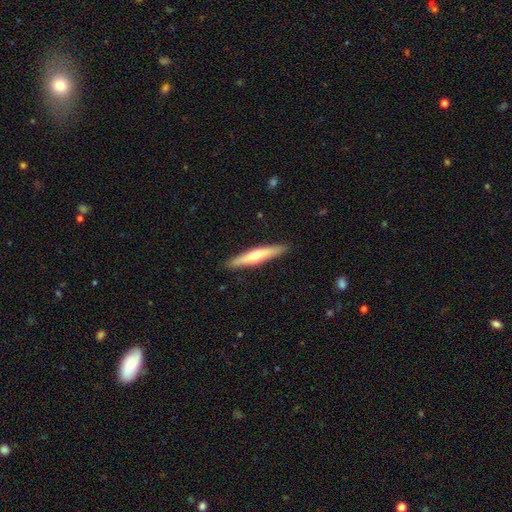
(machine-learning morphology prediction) Q: Smooth or featured?
A: smooth (48%); runner-up: featured or disk (47%)
Q: Merging?
A: none (90%); runner-up: minor disturbance (8%)